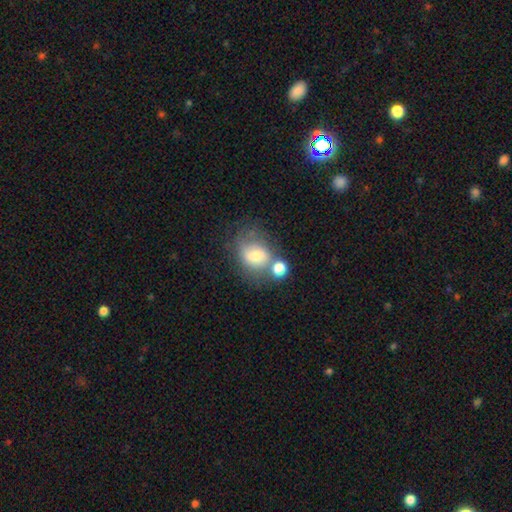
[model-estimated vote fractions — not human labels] Smooth or featured? smooth (55%)
How rounded? round (52%)
Merging? none (39%)